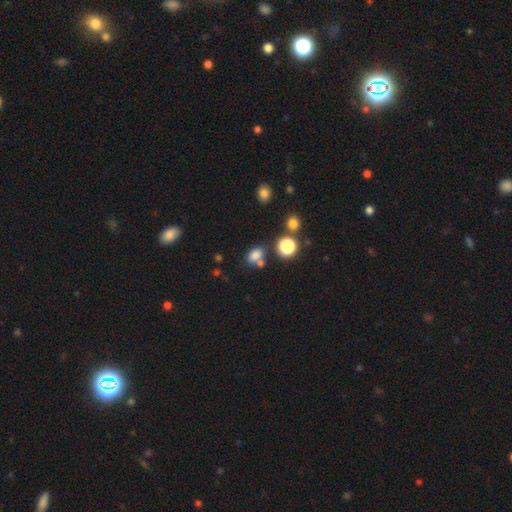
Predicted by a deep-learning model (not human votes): smooth 78%, star or artifact 16%, featured or disk 7%. Down the decision tree: how rounded — in between (72%); merging — none (60%).